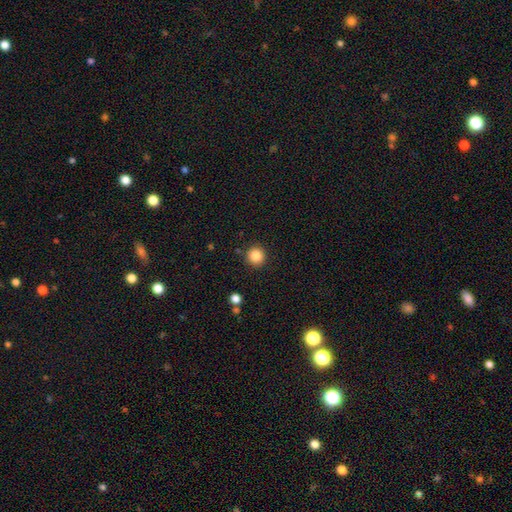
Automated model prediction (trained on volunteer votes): Smooth or featured?
  - smooth: 85% *
  - star or artifact: 10%
  - featured or disk: 4%
How rounded?
  - round: 95% *
  - in between: 5%
  - cigar-shaped: 1%
Merging?
  - none: 90% *
  - minor disturbance: 6%
  - major disturbance: 2%
  - merger: 2%